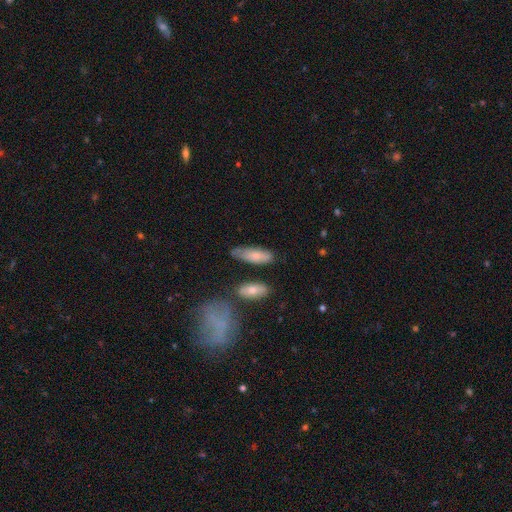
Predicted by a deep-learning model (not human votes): smooth_or_featured: smooth (p=0.74) [alt: featured or disk p=0.20]
how_rounded: in between (p=0.62) [alt: cigar-shaped p=0.35]
merging: none (p=0.60) [alt: minor disturbance p=0.26]